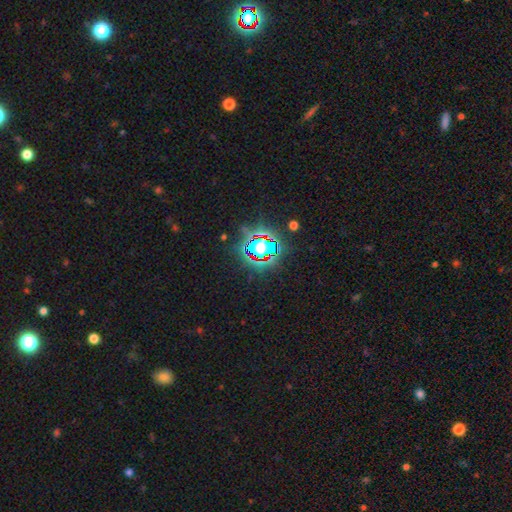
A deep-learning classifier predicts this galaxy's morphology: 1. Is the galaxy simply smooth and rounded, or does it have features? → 72% star or artifact, 17% smooth, 11% featured or disk.